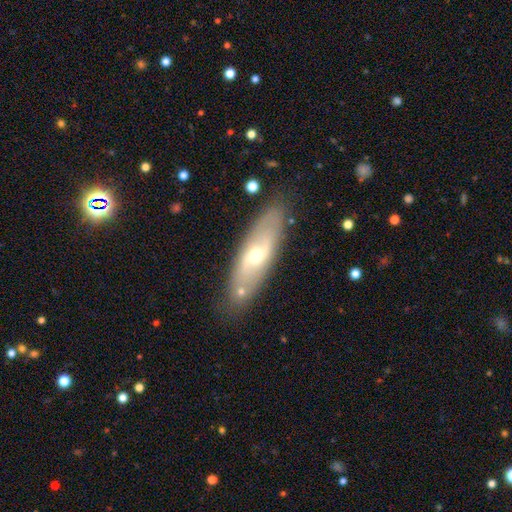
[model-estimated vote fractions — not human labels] This appears to be a featured or disk galaxy (56%). Merging: none (81%).